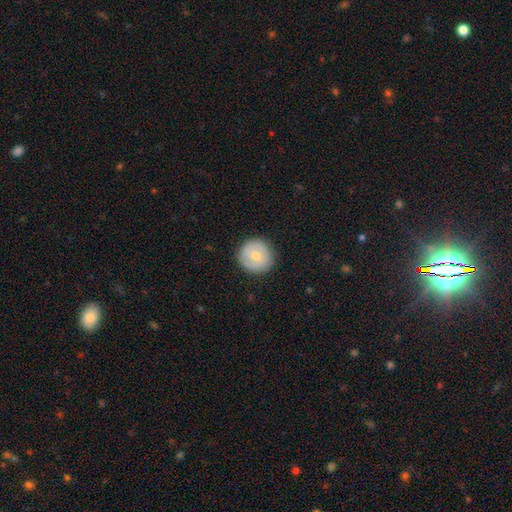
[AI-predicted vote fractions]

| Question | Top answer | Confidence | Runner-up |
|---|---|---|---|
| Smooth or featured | smooth | 62% | featured or disk (31%) |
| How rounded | round | 94% | in between (5%) |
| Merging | none | 88% | minor disturbance (9%) |